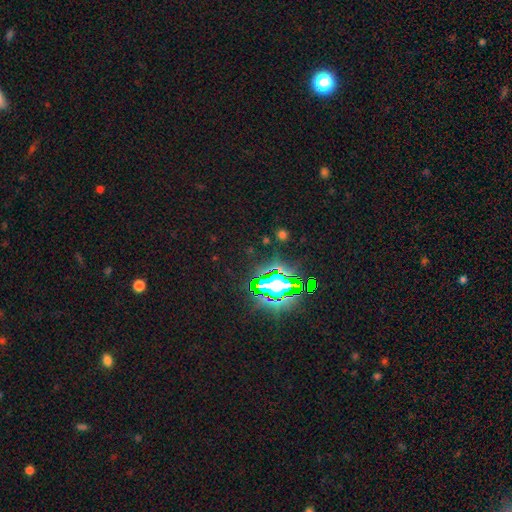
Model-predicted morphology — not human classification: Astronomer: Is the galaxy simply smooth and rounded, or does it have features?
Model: star or artifact — 82%.